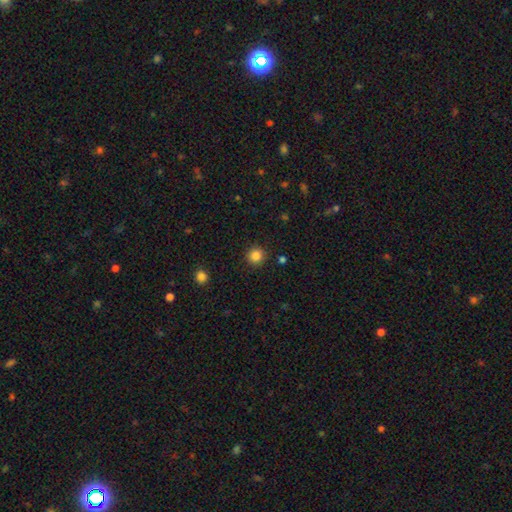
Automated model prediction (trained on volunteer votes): smooth 85%, star or artifact 11%, featured or disk 4%. Down the decision tree: how rounded — round (94%); merging — none (91%).